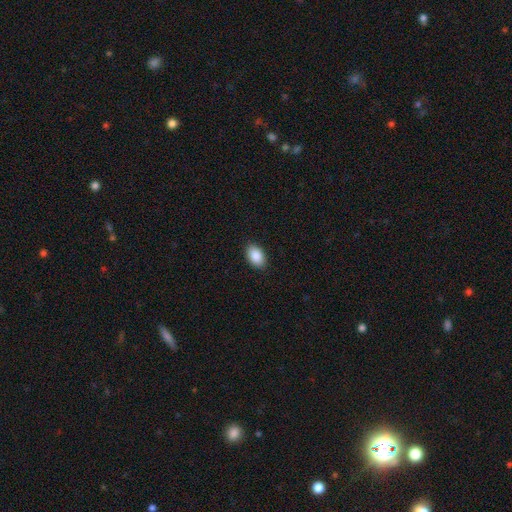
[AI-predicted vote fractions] smooth-or-featured: smooth: 89% | star or artifact: 7% | featured or disk: 4%
  how-rounded: in between: 90% | round: 8% | cigar-shaped: 1%
  merging: none: 89% | minor disturbance: 8% | major disturbance: 2% | merger: 1%